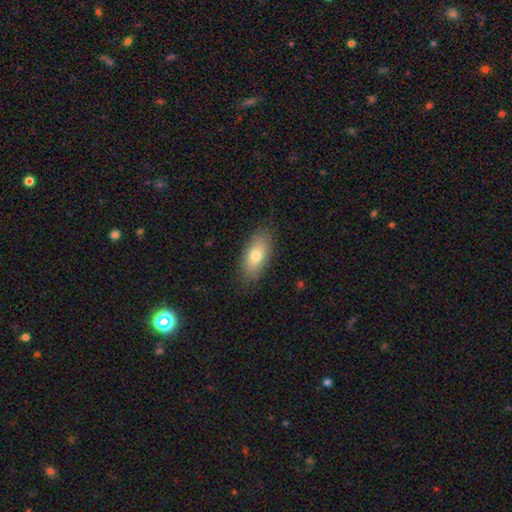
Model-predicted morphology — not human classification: The model was most divided on "smooth or featured": smooth: 75%, featured or disk: 18%, star or artifact: 7%. More confident: how rounded — in between (86%); merging — none (84%).